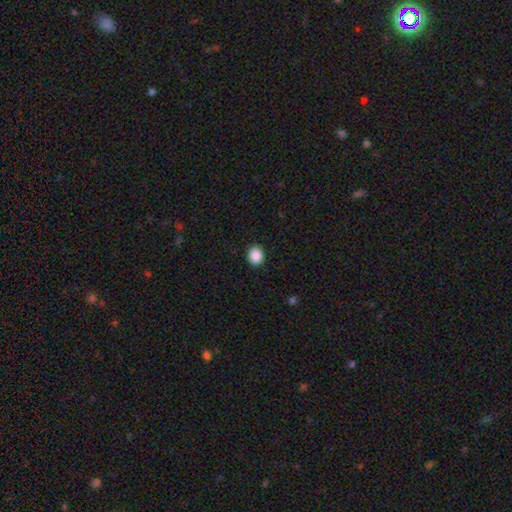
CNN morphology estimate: Smooth or featured? smooth (89%)
How rounded? round (61%)
Merging? none (91%)